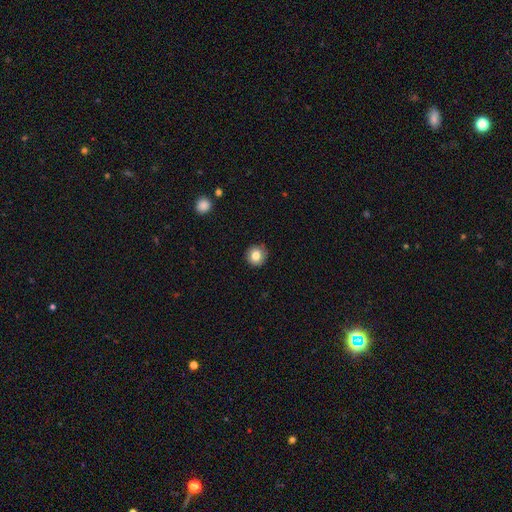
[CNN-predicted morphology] This is clearly a smooth galaxy (82%). How rounded: clearly round (93%). Merging: clearly none (89%).